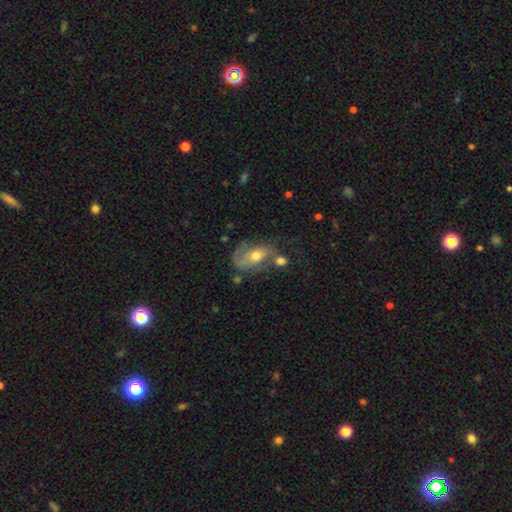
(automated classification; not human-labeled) A featured or disk galaxy (65%) with no bar (54%), spiral arms (78%) and a moderate central bulge (66%). Merging: none (43%).